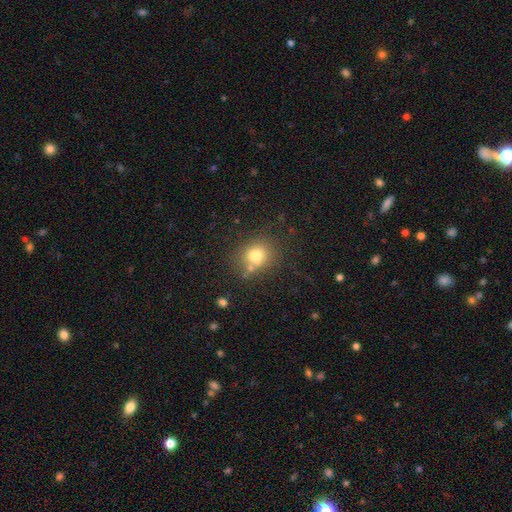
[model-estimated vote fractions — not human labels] smooth 74%, star or artifact 14%, featured or disk 12%. Down the decision tree: how rounded — round (76%); merging — none (66%).